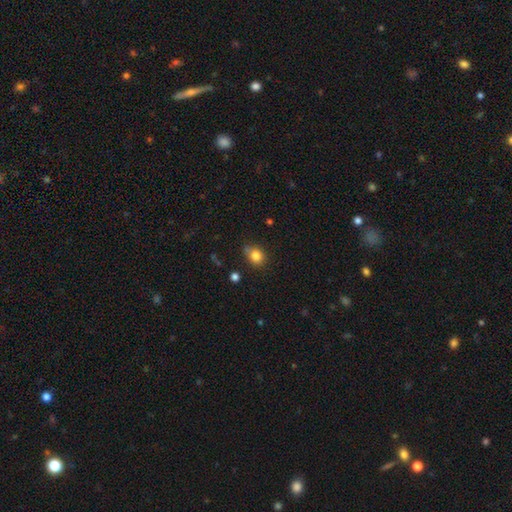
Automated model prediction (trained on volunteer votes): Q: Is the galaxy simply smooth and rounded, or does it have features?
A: smooth — 83%.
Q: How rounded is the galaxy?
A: round — 66%.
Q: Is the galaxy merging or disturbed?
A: none — 68%.